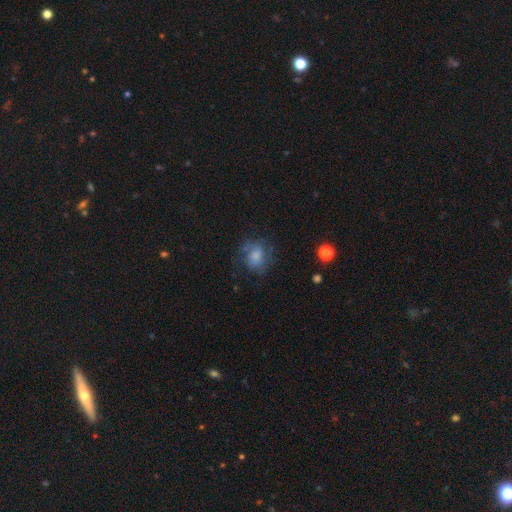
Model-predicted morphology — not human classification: Smooth or featured? Predicted: smooth (p=0.58). How rounded? Predicted: round (p=0.60). Merging? Predicted: none (p=0.58).